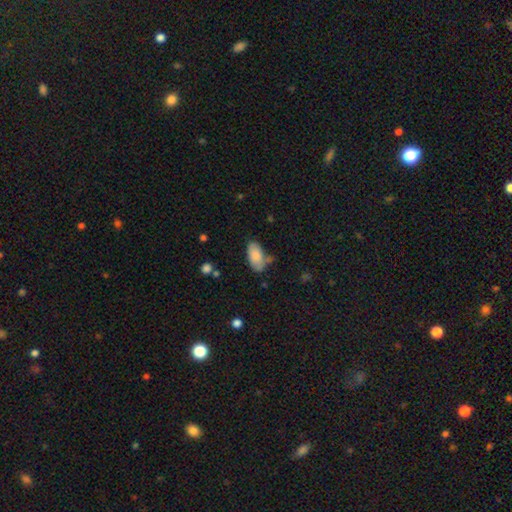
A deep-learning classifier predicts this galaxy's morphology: This appears to be a smooth galaxy with no disk features (80%) that is in between round and cigar-shaped (93%). Merging: none (57%).